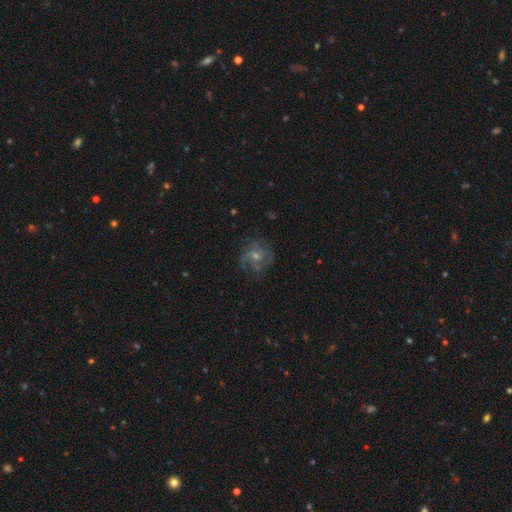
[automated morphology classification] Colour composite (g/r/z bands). It shows a featured or disk galaxy (71%) with no bar (58%), 3 (31%) medium (48%) spiral arms (92%) and a small central bulge (48%). Merging: none (72%).